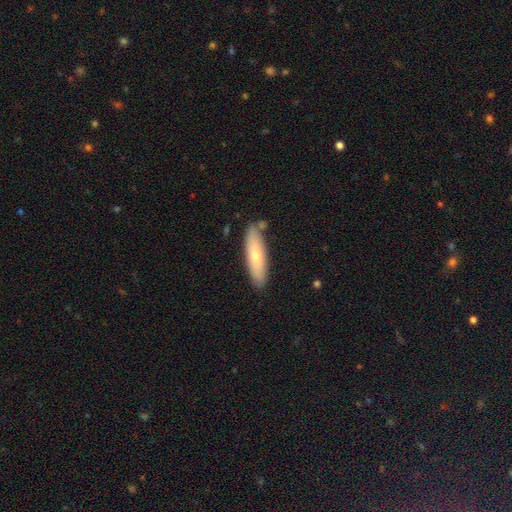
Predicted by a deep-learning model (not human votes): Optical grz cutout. It shows a smooth galaxy with no disk features (67%) that is cigar-shaped (67%). Merging: none (81%).